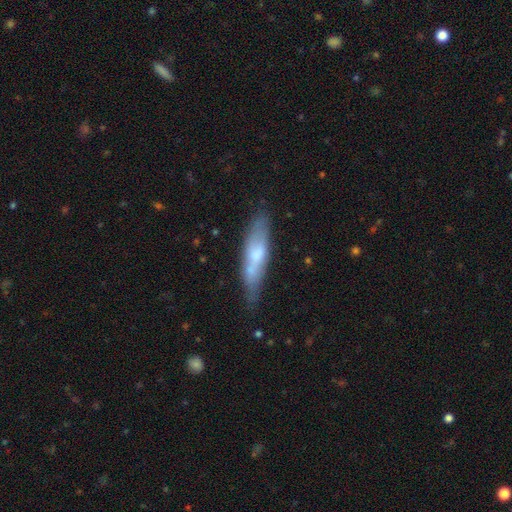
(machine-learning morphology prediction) The model was most divided on "smooth or featured": smooth: 55%, featured or disk: 38%, star or artifact: 7%. More confident: how rounded — cigar-shaped (70%); merging — none (66%).